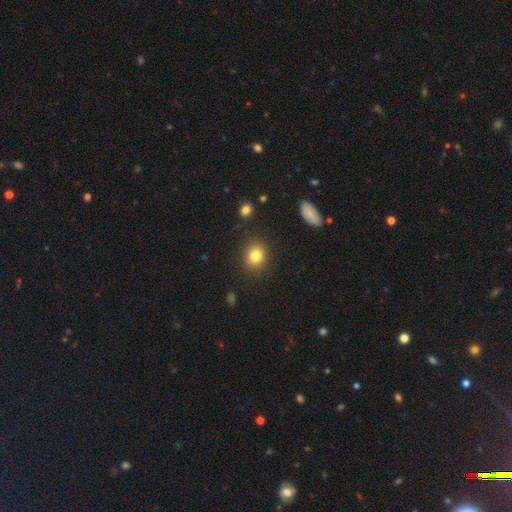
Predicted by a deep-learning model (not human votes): A smooth galaxy with no disk features (82%) that is round (68%). Merging: none (86%).